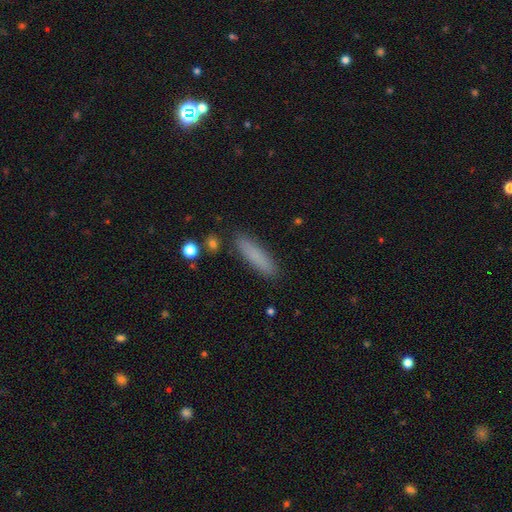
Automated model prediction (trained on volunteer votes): Smooth or featured? Predicted: smooth (p=0.82). How rounded? Predicted: cigar-shaped (p=0.79). Merging? Predicted: none (p=0.88).